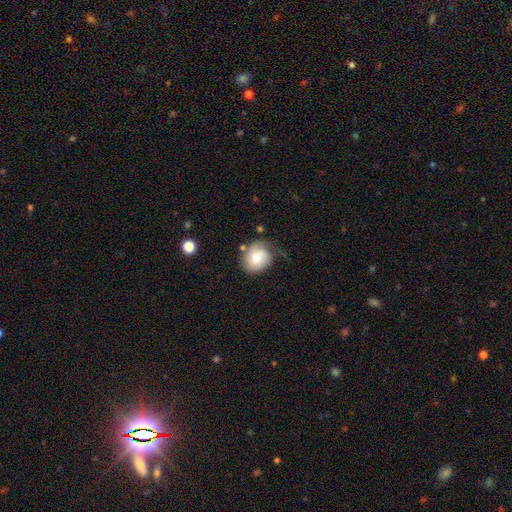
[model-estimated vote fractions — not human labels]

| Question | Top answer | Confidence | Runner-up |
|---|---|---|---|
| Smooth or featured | smooth | 59% | featured or disk (34%) |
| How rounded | round | 68% | in between (31%) |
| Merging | none | 53% | minor disturbance (30%) |